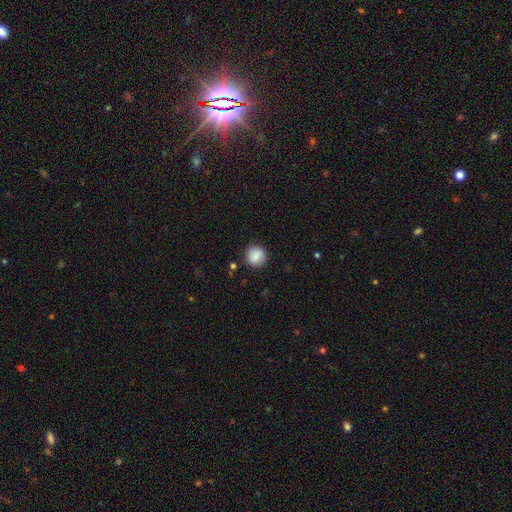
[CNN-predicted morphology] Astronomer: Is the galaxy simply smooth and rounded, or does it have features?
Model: smooth — 86%.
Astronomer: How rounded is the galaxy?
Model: round — 91%.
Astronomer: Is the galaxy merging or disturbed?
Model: none — 86%.